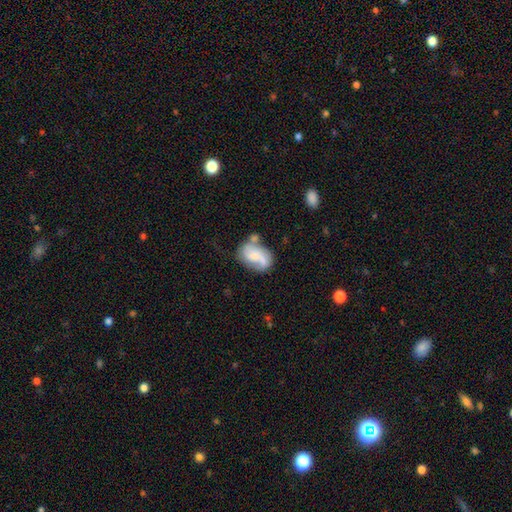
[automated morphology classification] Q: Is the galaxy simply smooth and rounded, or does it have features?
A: featured or disk — 53%.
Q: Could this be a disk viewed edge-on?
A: no — 97%.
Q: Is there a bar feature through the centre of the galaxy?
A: no — 63%.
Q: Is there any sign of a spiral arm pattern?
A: yes — 79%.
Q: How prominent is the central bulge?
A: small — 37%.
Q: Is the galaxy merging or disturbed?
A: none — 37%.